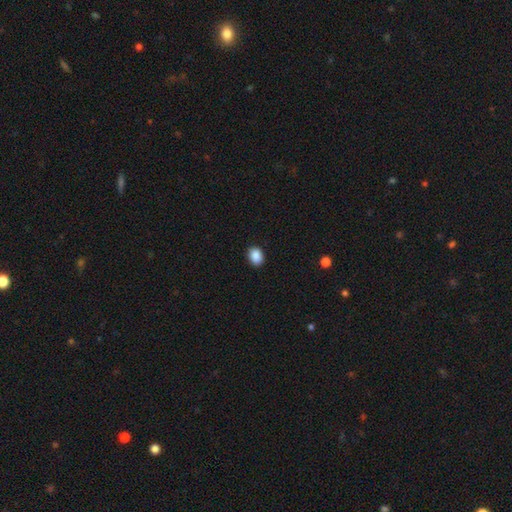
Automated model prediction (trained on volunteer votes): This is clearly a smooth galaxy (89%). How rounded: likely in between (63%). Merging: clearly none (90%).